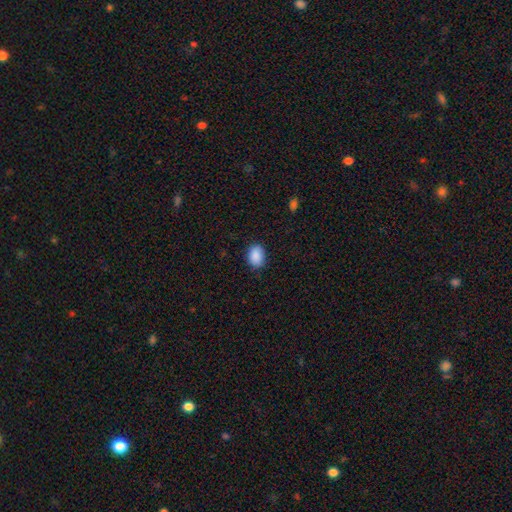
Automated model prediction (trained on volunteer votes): This is clearly a smooth galaxy (89%). How rounded: likely in between (72%). Merging: clearly none (84%).